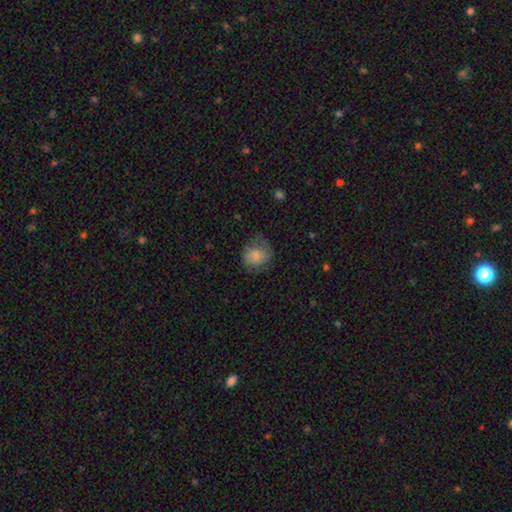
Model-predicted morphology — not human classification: The model was most divided on "merging": none: 55%, minor disturbance: 29%, major disturbance: 15%, merger: 1%. More confident: how rounded — round (75%); smooth or featured — smooth (70%).